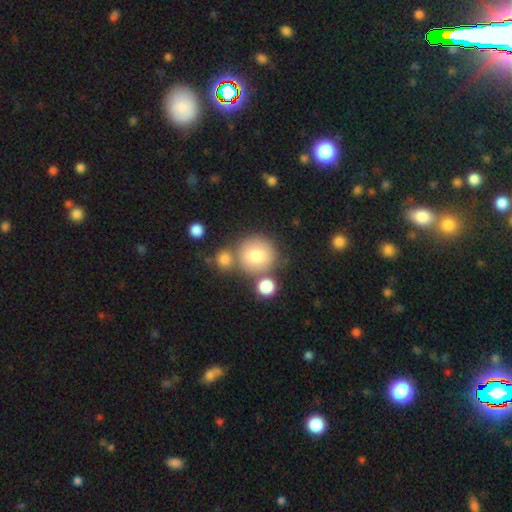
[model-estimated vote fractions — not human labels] Morphology: type=smooth (75%); roundness=round (90%); merging=none (64%).